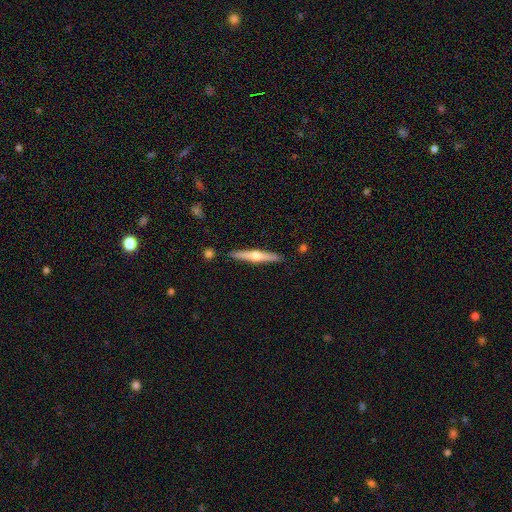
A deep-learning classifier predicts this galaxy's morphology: Smooth or featured? featured or disk (63%)
Edge-on disk? yes (97%)
Edge-on bulge? rounded (91%)
Merging? none (90%)